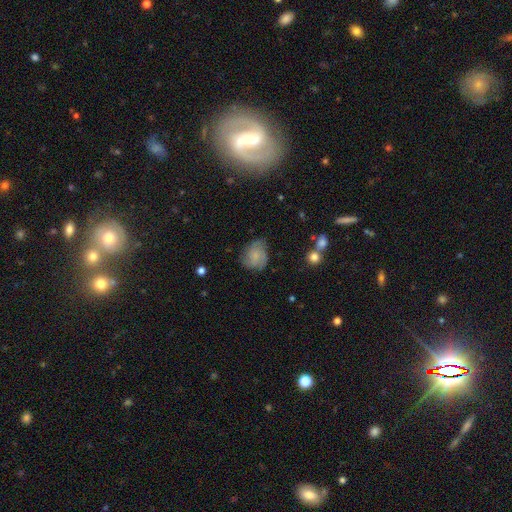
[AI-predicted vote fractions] Overall: smooth (60%; featured or disk 32%). How rounded: round (59%; in between 40%). Merging: none (57%; minor disturbance 31%).